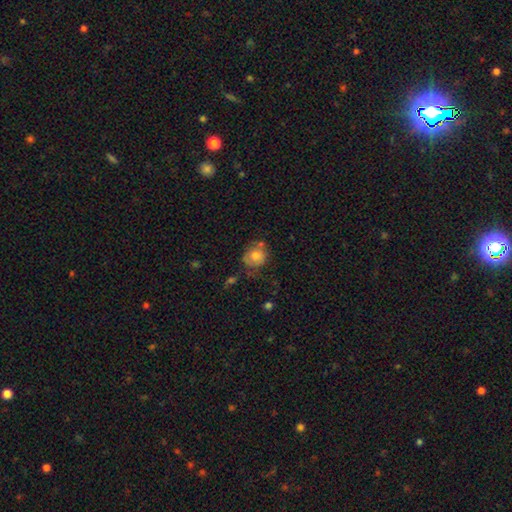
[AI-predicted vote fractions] Overall: smooth (72%). How rounded: round (78%). Merging: none (57%; minor disturbance 23%).